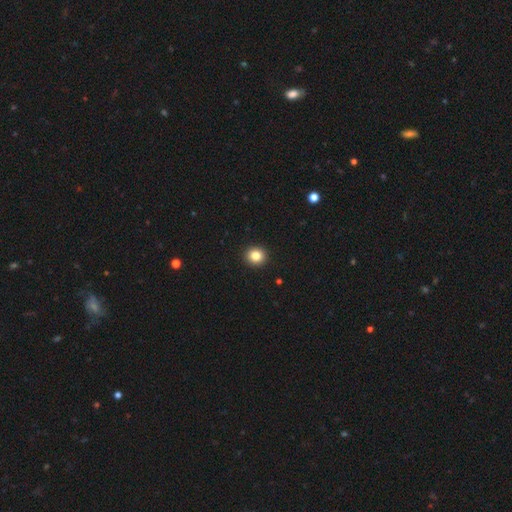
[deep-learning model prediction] Smooth or featured? smooth (84%)
How rounded? round (88%)
Merging? none (93%)